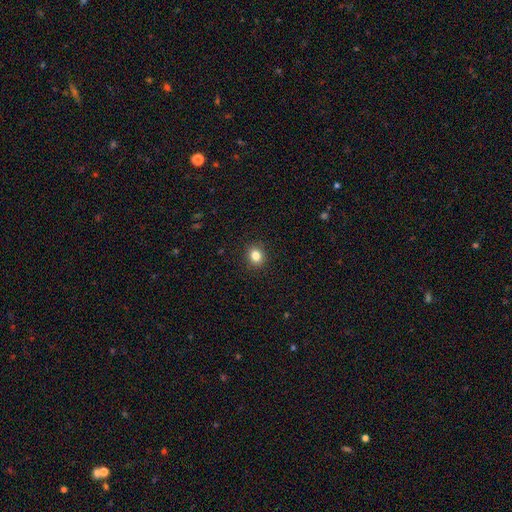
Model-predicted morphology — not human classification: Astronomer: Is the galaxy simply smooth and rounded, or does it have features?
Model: smooth — 83%.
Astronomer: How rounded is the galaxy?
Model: round — 76%.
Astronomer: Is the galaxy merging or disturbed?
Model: none — 91%.